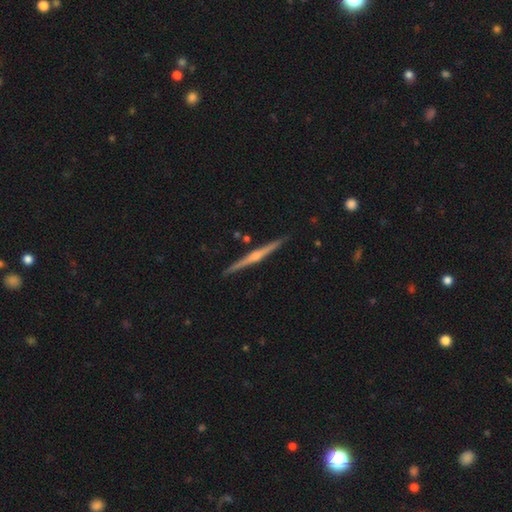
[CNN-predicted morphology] This appears to be a featured or disk galaxy (80%) viewed edge-on (99%) with a rounded central bulge (85%). Merging: none (91%).